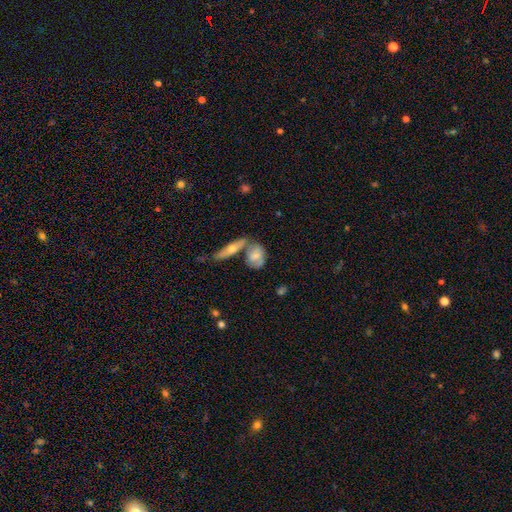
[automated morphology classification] smooth_or_featured: smooth (p=0.55) [alt: featured or disk p=0.38]
how_rounded: in between (p=0.66) [alt: round p=0.24]
merging: none (p=0.44) [alt: merger p=0.34]